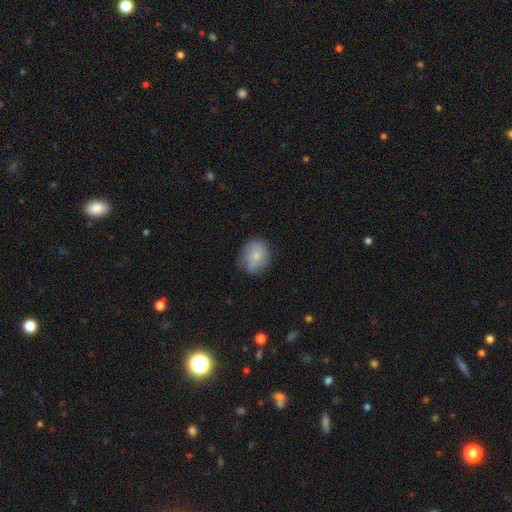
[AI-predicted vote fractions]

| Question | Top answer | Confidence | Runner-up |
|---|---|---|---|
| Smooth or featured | smooth | 74% | featured or disk (19%) |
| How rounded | round | 66% | in between (33%) |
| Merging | none | 65% | minor disturbance (27%) |